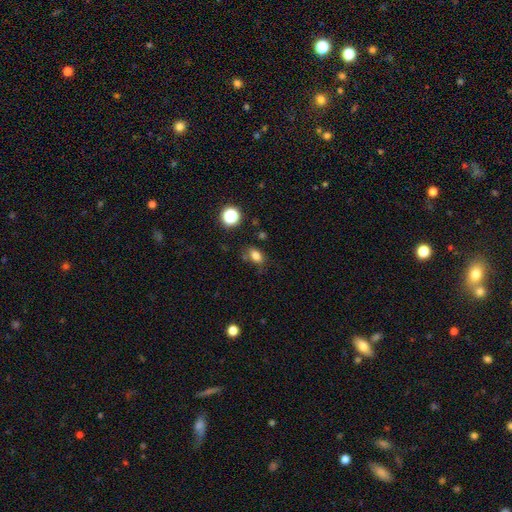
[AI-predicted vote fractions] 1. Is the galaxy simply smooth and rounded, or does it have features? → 79% smooth, 13% star or artifact, 8% featured or disk.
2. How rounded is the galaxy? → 80% in between, 17% round, 3% cigar-shaped.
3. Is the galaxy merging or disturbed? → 71% none, 20% minor disturbance, 5% major disturbance, 4% merger.